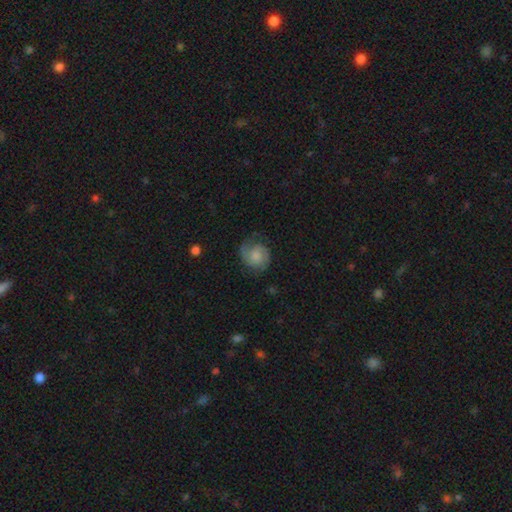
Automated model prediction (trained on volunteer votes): featured or disk 55%, smooth 37%, star or artifact 8%. Down the decision tree: edge-on disk — no (98%); bar — no (72%); spiral arms — yes (91%); bulge size — moderate (31%); merging — none (66%).